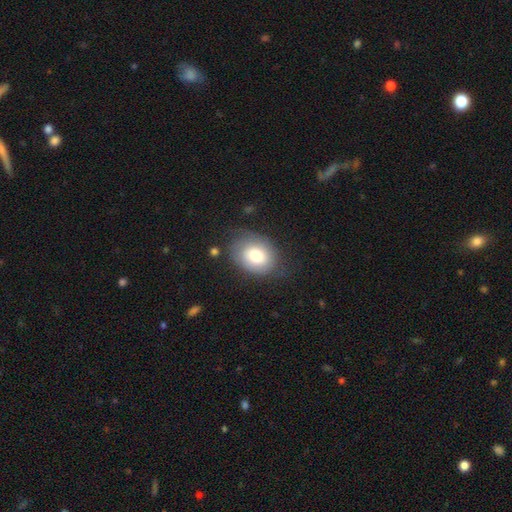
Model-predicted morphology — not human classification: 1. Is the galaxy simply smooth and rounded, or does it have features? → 74% smooth, 18% featured or disk, 8% star or artifact.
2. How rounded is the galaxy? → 62% in between, 37% round, 1% cigar-shaped.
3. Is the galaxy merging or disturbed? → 69% none, 21% minor disturbance, 8% major disturbance, 2% merger.